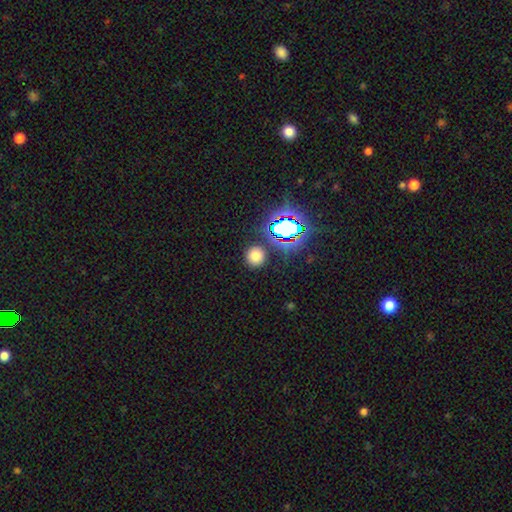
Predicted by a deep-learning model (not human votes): Overall: smooth (71%). How rounded: round (91%). Merging: none (87%).